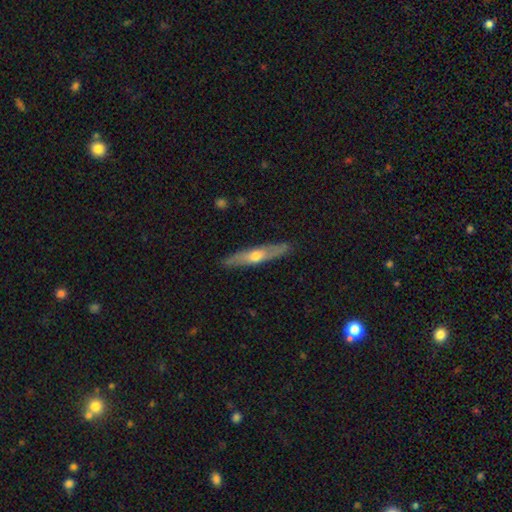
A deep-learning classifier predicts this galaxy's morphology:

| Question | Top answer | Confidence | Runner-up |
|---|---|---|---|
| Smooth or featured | featured or disk | 56% | smooth (39%) |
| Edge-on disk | yes | 81% | no (19%) |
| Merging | none | 86% | minor disturbance (11%) |